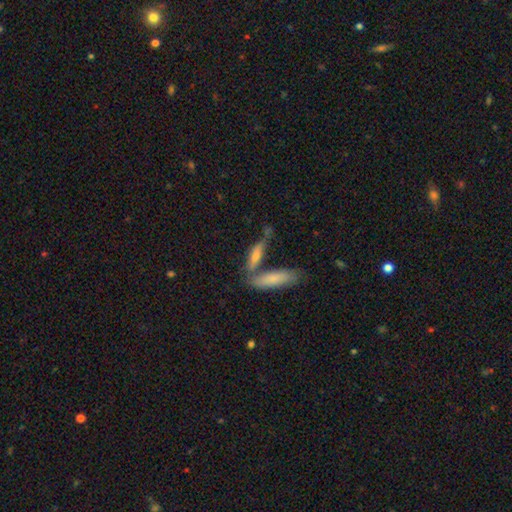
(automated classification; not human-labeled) Smooth or featured? smooth (63%)
How rounded? cigar-shaped (63%)
Merging? none (48%)